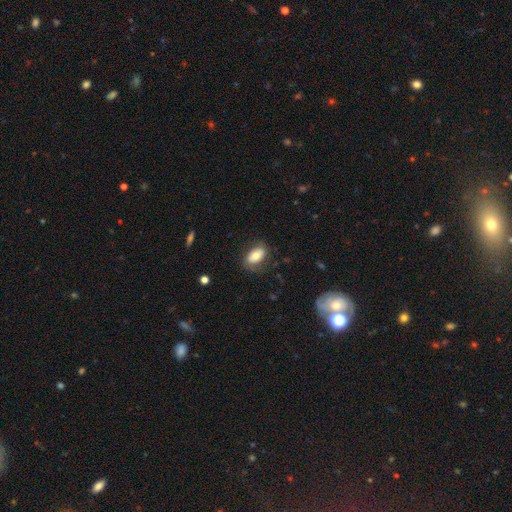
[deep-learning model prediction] Smooth or featured: smooth — 73% (featured or disk — 20%)
How rounded: in between — 91% (round — 7%)
Merging: none — 75% (minor disturbance — 18%)